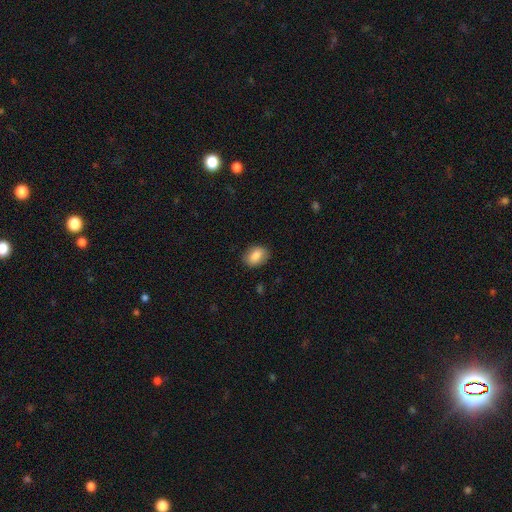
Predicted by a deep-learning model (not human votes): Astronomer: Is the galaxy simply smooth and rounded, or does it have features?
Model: smooth — 84%.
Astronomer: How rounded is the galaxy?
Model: in between — 79%.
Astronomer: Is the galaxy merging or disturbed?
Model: none — 85%.